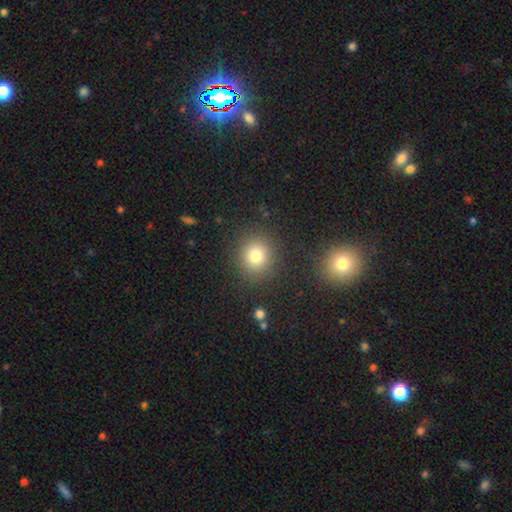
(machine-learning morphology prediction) Smooth or featured?
  - smooth: 78% *
  - star or artifact: 14%
  - featured or disk: 8%
How rounded?
  - round: 88% *
  - in between: 11%
  - cigar-shaped: 1%
Merging?
  - none: 88% *
  - minor disturbance: 7%
  - major disturbance: 3%
  - merger: 2%